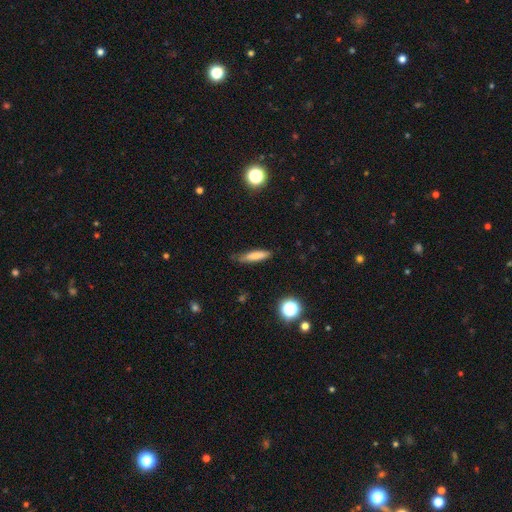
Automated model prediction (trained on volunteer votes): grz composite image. It shows a smooth galaxy with no disk features (78%) that is cigar-shaped (74%). Merging: none (69%).